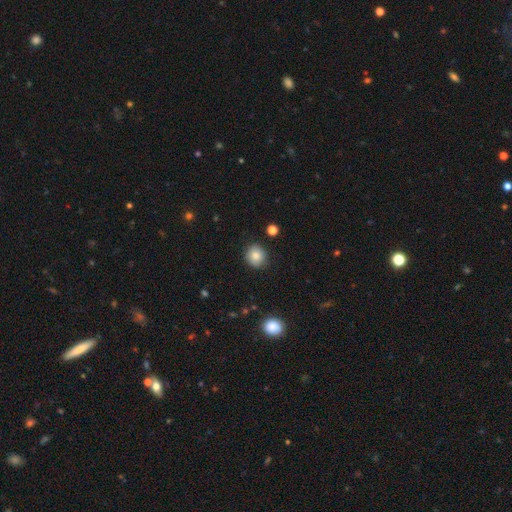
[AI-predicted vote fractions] Morphology: type=smooth (84%); roundness=round (87%); merging=none (88%).